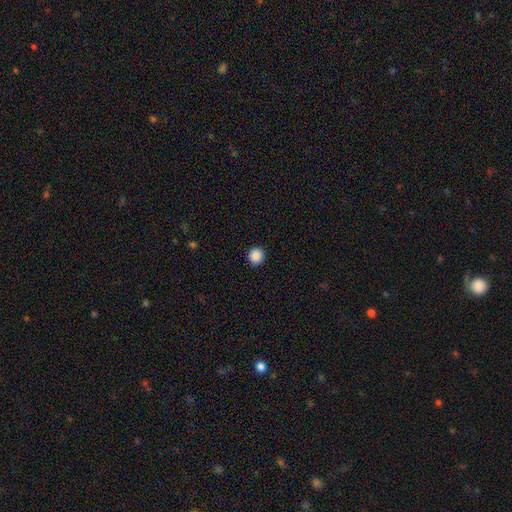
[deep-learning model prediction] The model was most divided on "smooth or featured": smooth: 88%, star or artifact: 10%, featured or disk: 2%. More confident: how rounded — round (95%); merging — none (93%).